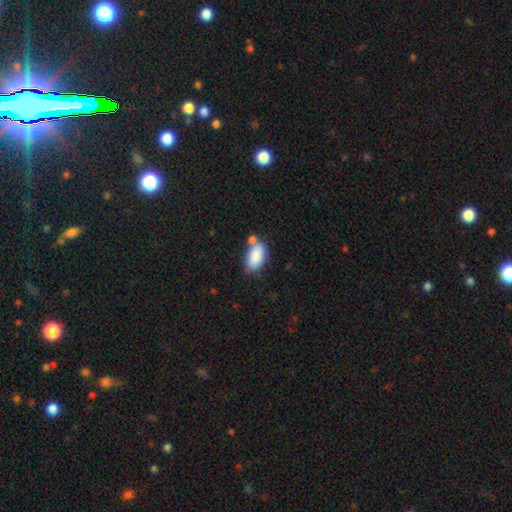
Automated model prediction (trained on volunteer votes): Q: Smooth or featured?
A: smooth (85%); runner-up: featured or disk (8%)
Q: How rounded?
A: in between (93%); runner-up: round (4%)
Q: Merging?
A: none (52%); runner-up: merger (24%)